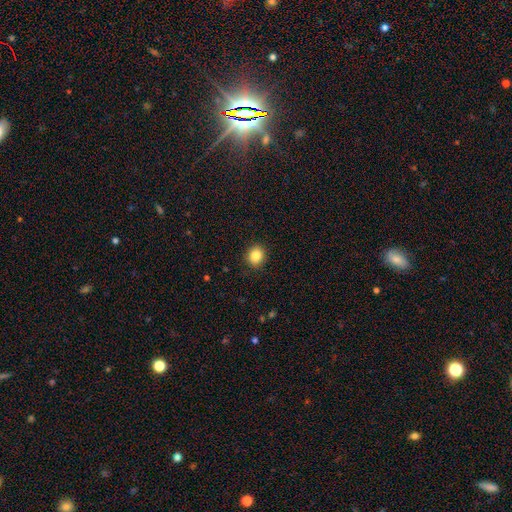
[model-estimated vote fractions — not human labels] This appears to be a smooth galaxy with no disk features (85%) that is round (80%). Merging: none (90%).